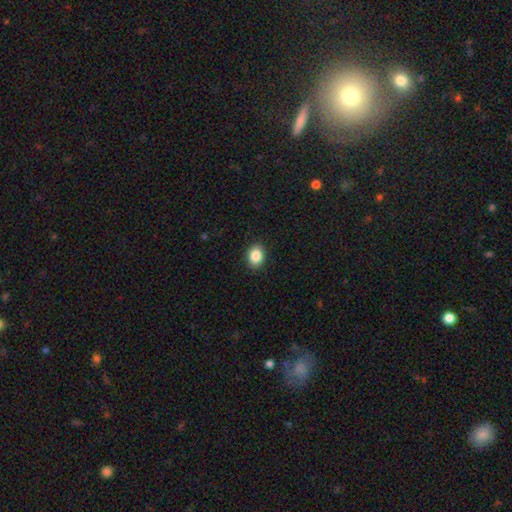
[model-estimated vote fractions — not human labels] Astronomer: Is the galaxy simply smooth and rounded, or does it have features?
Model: smooth — 87%.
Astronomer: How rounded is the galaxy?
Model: in between — 61% (runner-up: round, 38%).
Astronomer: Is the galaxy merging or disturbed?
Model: none — 91%.